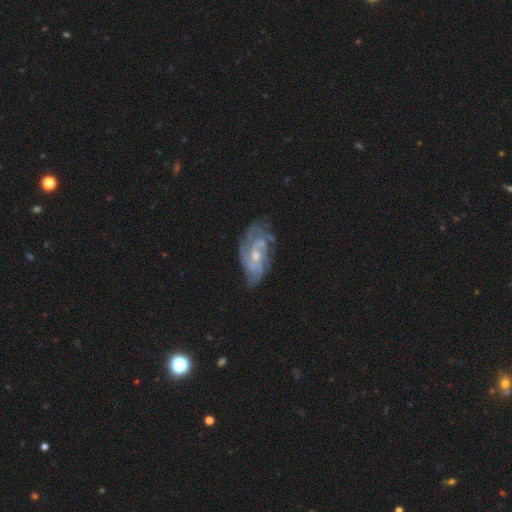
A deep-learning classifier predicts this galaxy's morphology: A featured or disk galaxy (85%) with no bar (59%), can't tell (26%, tied with 3) tight (46%) spiral arms (93%) and a small central bulge (52%). Merging: none (62%).